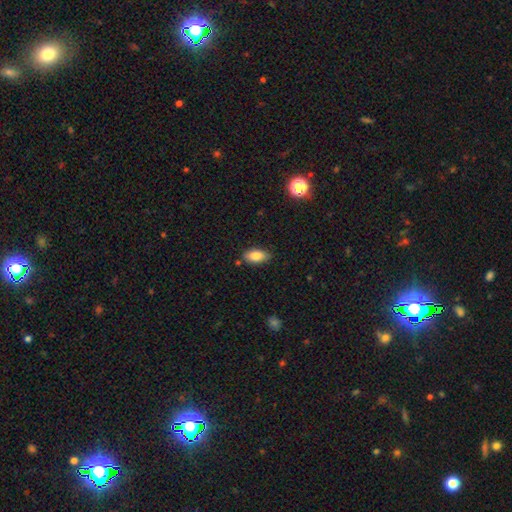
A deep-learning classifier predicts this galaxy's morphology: Smooth or featured: smooth — 82% (featured or disk — 9%)
How rounded: in between — 91% (cigar-shaped — 5%)
Merging: none — 84% (minor disturbance — 12%)